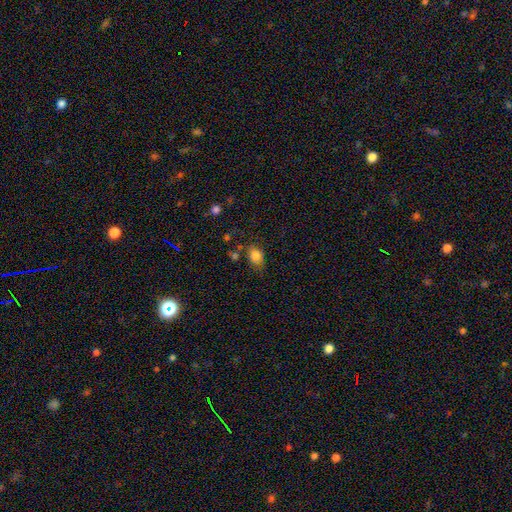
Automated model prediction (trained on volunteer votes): Smooth or featured: smooth — 82% (star or artifact — 10%)
How rounded: in between — 65% (round — 34%)
Merging: none — 65% (minor disturbance — 23%)